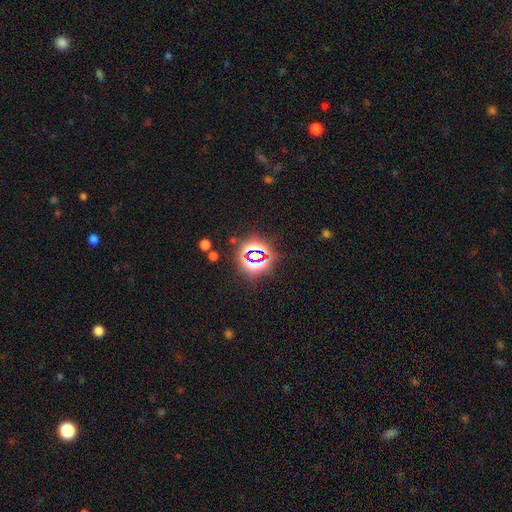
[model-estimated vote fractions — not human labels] A star or artifact, not a galaxy (75%).

Vote fractions:
- Smooth or featured? star or artifact: 75% / smooth: 16% / featured or disk: 9%